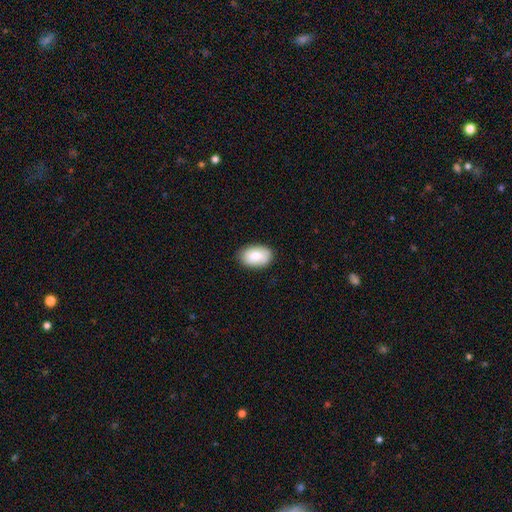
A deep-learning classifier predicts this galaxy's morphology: type=smooth (80%); roundness=in between (88%); merging=none (83%).